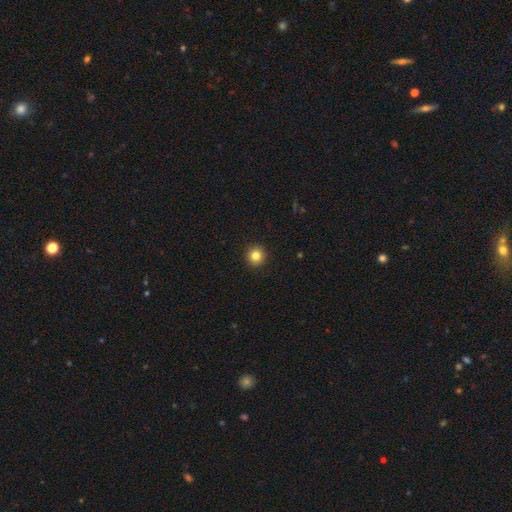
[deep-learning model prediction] smooth 82%, star or artifact 12%, featured or disk 6%. Down the decision tree: how rounded — round (94%); merging — none (93%).